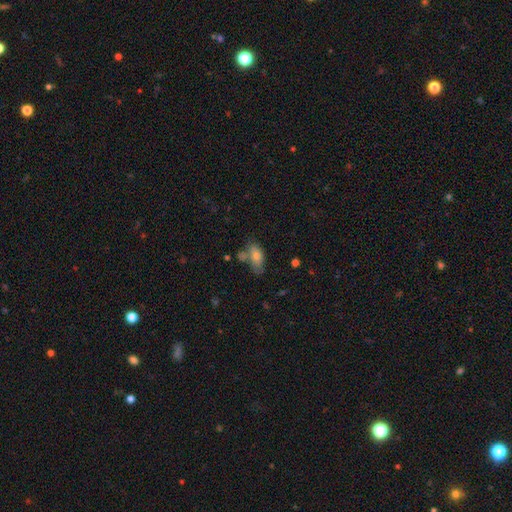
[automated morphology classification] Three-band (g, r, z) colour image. It shows a smooth galaxy with no disk features (71%) that is in between round and cigar-shaped (86%). Merging: none (47%).